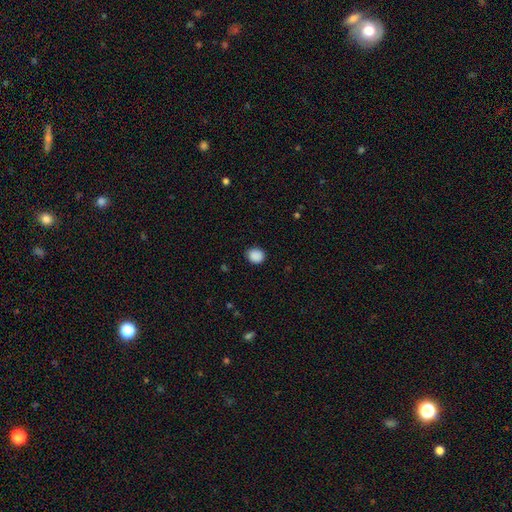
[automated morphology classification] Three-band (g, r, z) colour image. It shows a smooth galaxy with no disk features (89%) that is round (73%). Merging: none (88%).